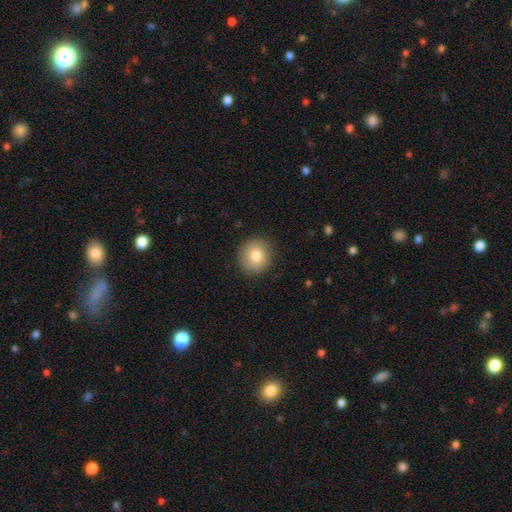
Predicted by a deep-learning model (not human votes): Smooth or featured: smooth — 80% (featured or disk — 11%)
How rounded: round — 87% (in between — 13%)
Merging: none — 88% (minor disturbance — 8%)